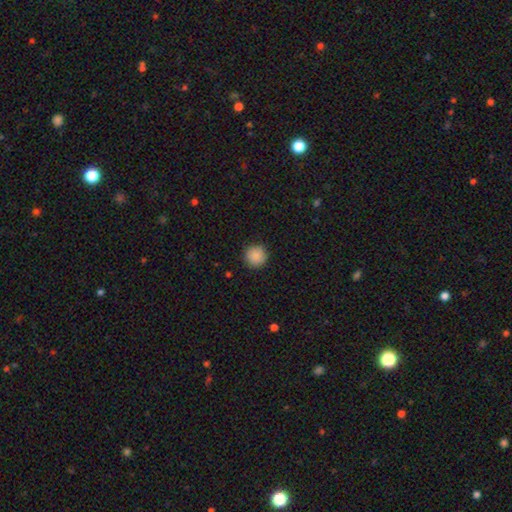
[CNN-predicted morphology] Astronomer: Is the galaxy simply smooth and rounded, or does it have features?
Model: smooth — 89%.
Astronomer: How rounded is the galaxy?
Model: round — 95%.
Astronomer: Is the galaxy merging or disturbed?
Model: none — 91%.